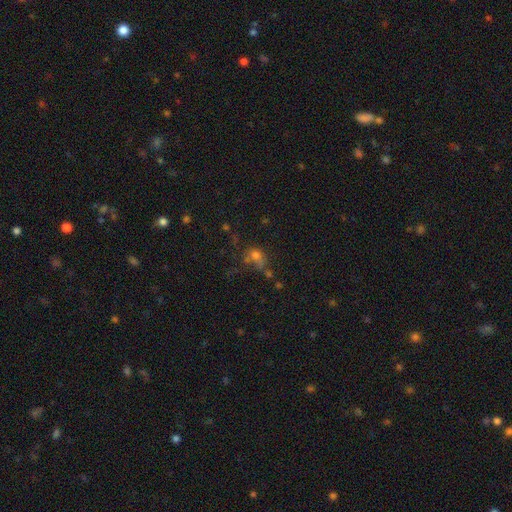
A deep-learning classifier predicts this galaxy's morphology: A smooth galaxy with no disk features (62%) that is in between round and cigar-shaped (52%).

Vote fractions:
- Smooth or featured? smooth: 62% / star or artifact: 21% / featured or disk: 17%
- How rounded? in between: 52% / round: 46% / cigar-shaped: 2%
- Merging? none: 33% / merger: 25% / major disturbance: 23% / minor disturbance: 19%